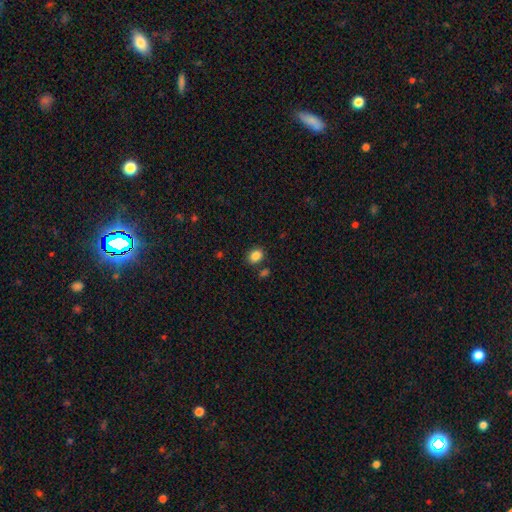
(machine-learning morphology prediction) The model was most divided on "how rounded": in between: 56%, round: 43%, cigar-shaped: 1%. More confident: smooth or featured — smooth (86%); merging — none (81%).